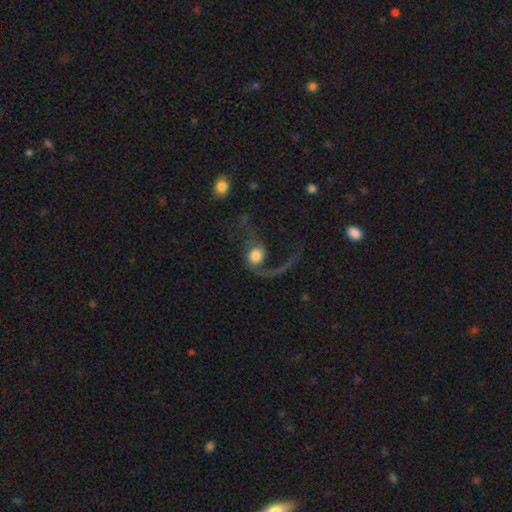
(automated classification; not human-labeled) Overall: featured or disk (65%; smooth 27%). Edge-on disk: no (96%). Bar: no (74%). Spiral arms: yes (88%). Spiral arm count: 2 (48%; 1 46%). Spiral winding: loose (82%). Bulge size: large (42%; moderate 30%). Merging: major disturbance (48%; none 33%).